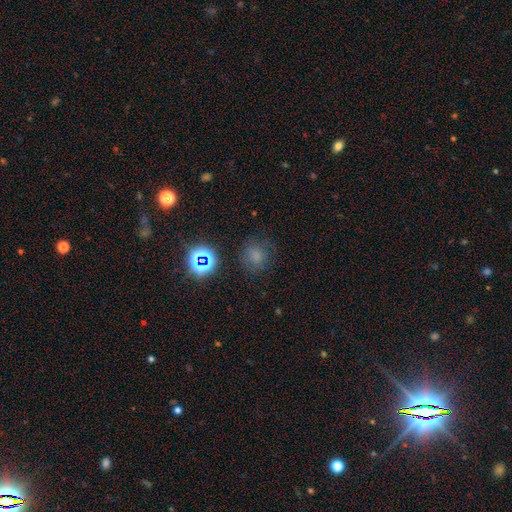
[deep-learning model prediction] The model was most divided on "smooth or featured": smooth: 67%, star or artifact: 26%, featured or disk: 8%. More confident: how rounded — round (83%); merging — none (76%).